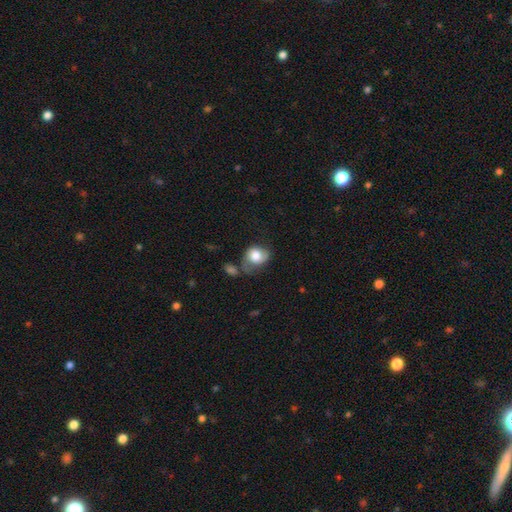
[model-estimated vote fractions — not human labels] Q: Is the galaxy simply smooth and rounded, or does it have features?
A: smooth — 67%.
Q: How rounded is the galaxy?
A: round — 55%.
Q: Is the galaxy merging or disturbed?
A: none — 37%.